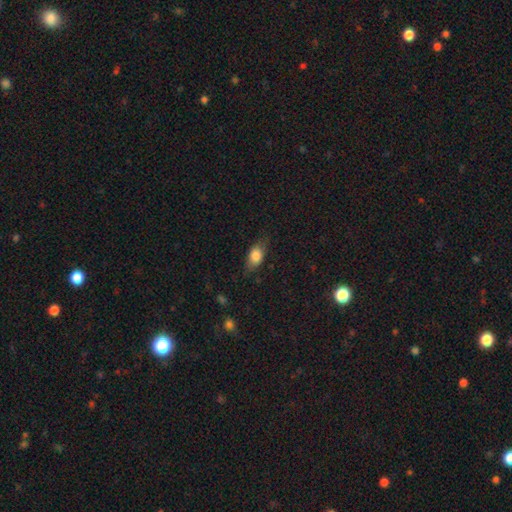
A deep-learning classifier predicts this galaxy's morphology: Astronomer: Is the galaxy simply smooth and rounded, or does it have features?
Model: smooth — 78%.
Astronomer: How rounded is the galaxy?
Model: in between — 82%.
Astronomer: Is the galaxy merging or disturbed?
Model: none — 73%.